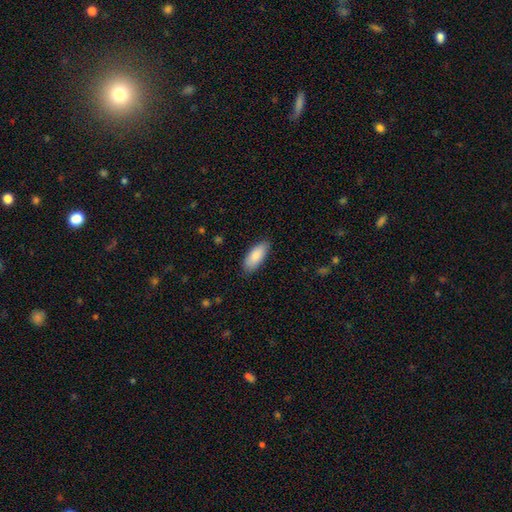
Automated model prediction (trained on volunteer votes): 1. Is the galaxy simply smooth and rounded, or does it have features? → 87% smooth, 8% featured or disk, 6% star or artifact.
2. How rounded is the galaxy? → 85% in between, 13% cigar-shaped, 2% round.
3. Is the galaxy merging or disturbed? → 84% none, 12% minor disturbance, 2% major disturbance, 1% merger.